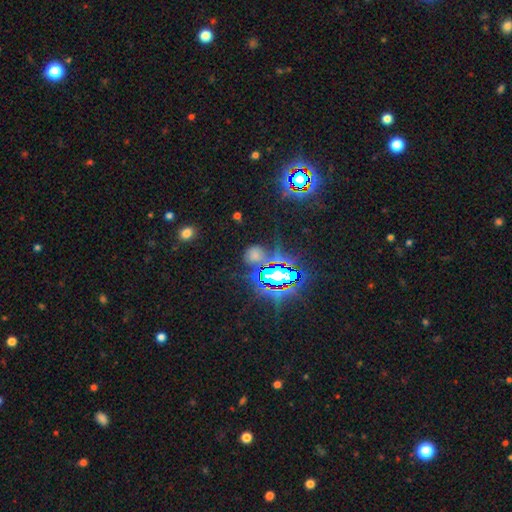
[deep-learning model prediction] This is possibly a star or artifact rather than a galaxy (58%).